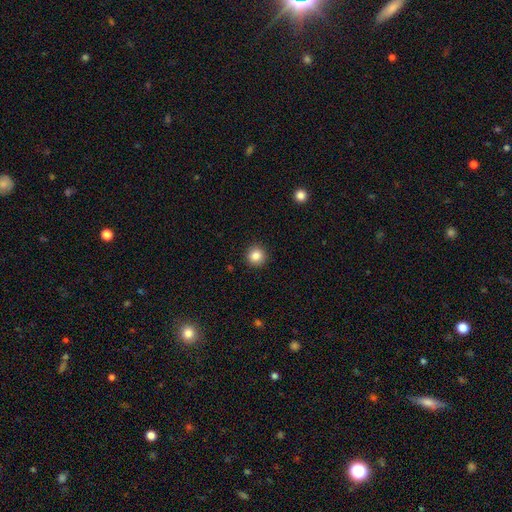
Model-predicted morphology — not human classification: A smooth galaxy with no disk features (85%) that is round (94%). Merging: none (92%).